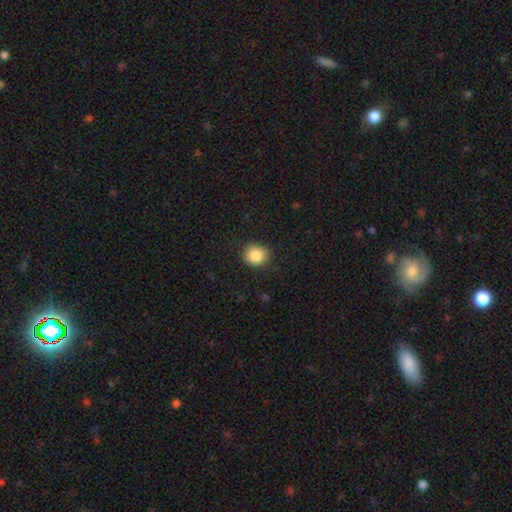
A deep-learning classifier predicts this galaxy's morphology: Smooth or featured: smooth — 86% (star or artifact — 9%)
How rounded: round — 84% (in between — 15%)
Merging: none — 85% (minor disturbance — 11%)